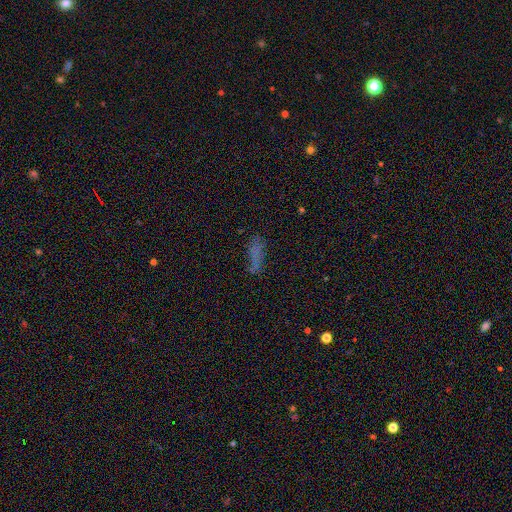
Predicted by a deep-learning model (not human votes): This appears to be a smooth galaxy with no disk features (62%) that is cigar-shaped (59%). Merging: none (60%).